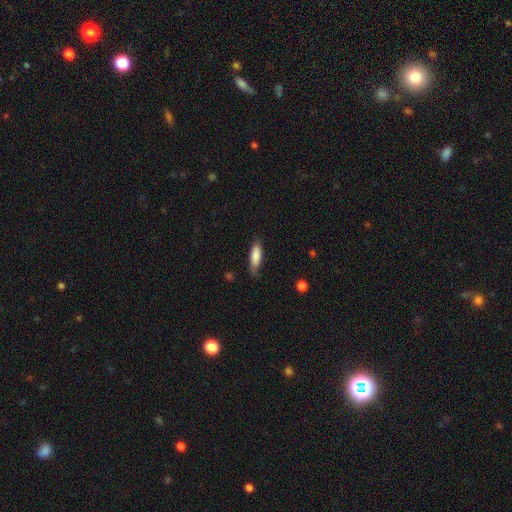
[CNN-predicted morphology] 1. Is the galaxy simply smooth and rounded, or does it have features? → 82% smooth, 11% featured or disk, 6% star or artifact.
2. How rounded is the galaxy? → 56% in between, 42% cigar-shaped, 2% round.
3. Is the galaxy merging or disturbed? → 67% none, 26% minor disturbance, 5% major disturbance, 2% merger.